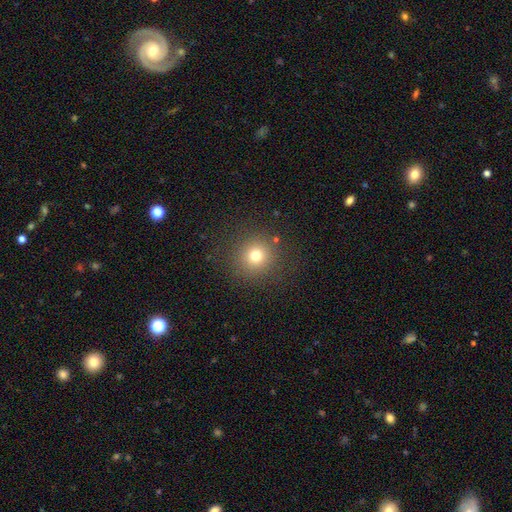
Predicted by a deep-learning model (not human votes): smooth-or-featured: smooth: 74% | star or artifact: 17% | featured or disk: 9%
  how-rounded: round: 94% | in between: 5% | cigar-shaped: 1%
  merging: none: 88% | minor disturbance: 7% | major disturbance: 4% | merger: 2%